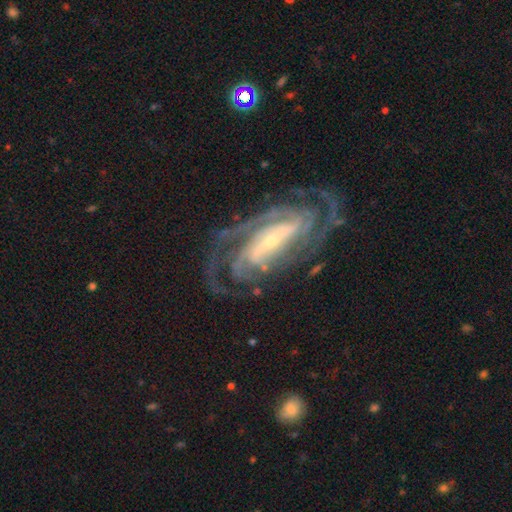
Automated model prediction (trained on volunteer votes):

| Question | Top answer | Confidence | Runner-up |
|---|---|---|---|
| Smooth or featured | featured or disk | 92% | star or artifact (5%) |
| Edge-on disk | no | 94% | yes (6%) |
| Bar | strong | 50% | weak (29%) |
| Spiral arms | yes | 98% | no (2%) |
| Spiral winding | tight | 65% | medium (30%) |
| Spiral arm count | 4 | 25% | tied: 3 (25%) |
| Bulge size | small | 72% | moderate (22%) |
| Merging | none | 76% | minor disturbance (15%) |